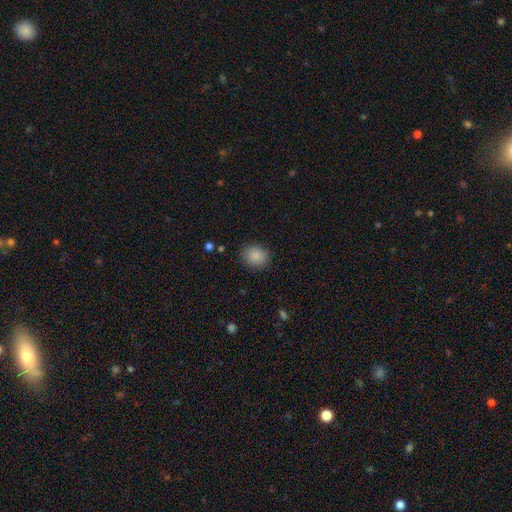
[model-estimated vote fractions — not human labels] Smooth or featured?
  - smooth: 86% *
  - star or artifact: 9%
  - featured or disk: 5%
How rounded?
  - round: 68% *
  - in between: 31%
  - cigar-shaped: 1%
Merging?
  - none: 87% *
  - minor disturbance: 9%
  - major disturbance: 3%
  - merger: 1%